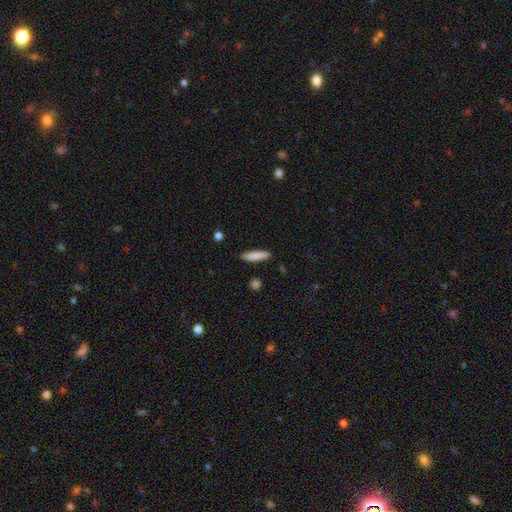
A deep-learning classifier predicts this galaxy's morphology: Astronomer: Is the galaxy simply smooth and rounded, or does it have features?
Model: smooth — 84%.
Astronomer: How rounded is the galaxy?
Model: cigar-shaped — 80%.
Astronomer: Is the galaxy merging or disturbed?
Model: none — 87%.